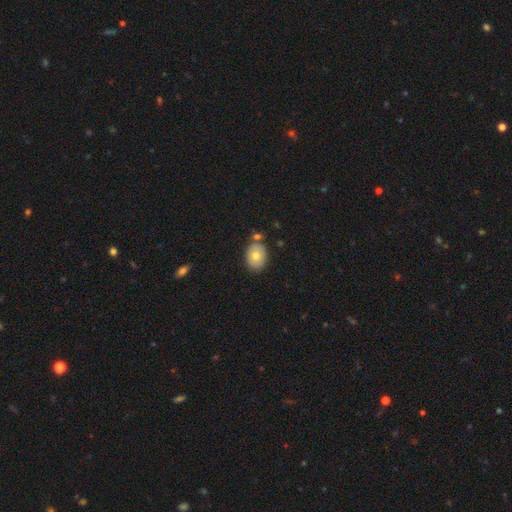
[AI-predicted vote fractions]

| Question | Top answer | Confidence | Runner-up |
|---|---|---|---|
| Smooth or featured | smooth | 72% | featured or disk (20%) |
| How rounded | in between | 66% | round (33%) |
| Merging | none | 75% | minor disturbance (13%) |